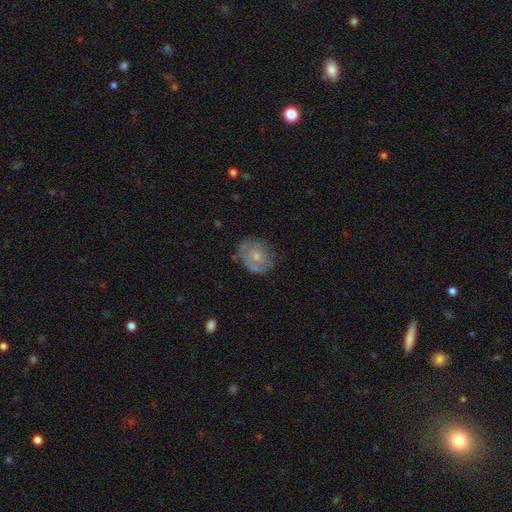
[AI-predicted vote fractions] Smooth or featured?
  - featured or disk: 51% *
  - smooth: 42%
  - star or artifact: 7%
Edge-on disk?
  - no: 97% *
  - yes: 3%
Merging?
  - none: 66% *
  - minor disturbance: 23%
  - major disturbance: 9%
  - merger: 2%